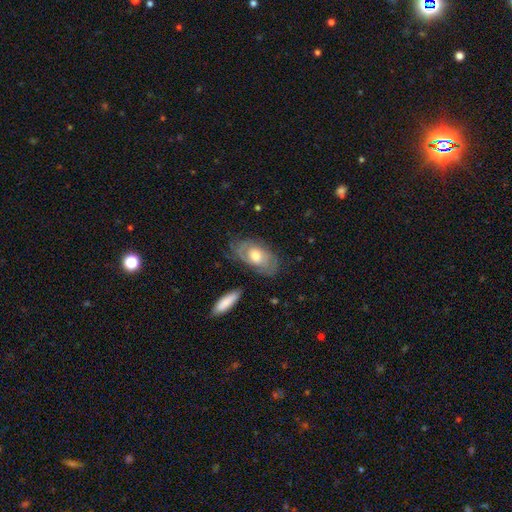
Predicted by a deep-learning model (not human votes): smooth_or_featured: featured or disk (p=0.66) [alt: smooth p=0.28]
disk_edge_on: no (p=0.93) [alt: yes p=0.07]
bar: no (p=0.73) [alt: weak p=0.23]
has_spiral_arms: yes (p=0.80) [alt: no p=0.20]
bulge_size: moderate (p=0.67) [alt: small p=0.17]
merging: none (p=0.66) [alt: minor disturbance p=0.21]